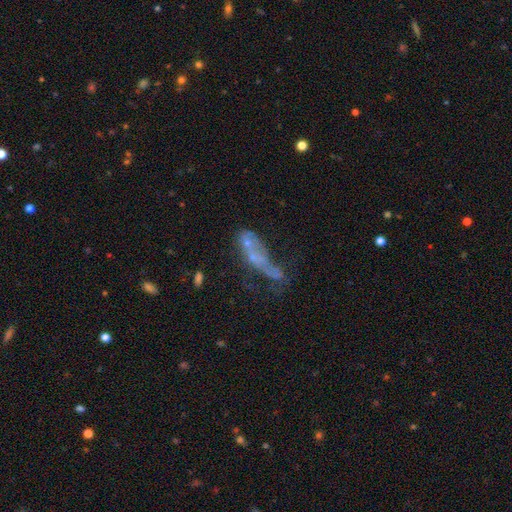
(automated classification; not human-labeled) featured or disk 48%, smooth 35%, star or artifact 17%. Down the decision tree: merging — major disturbance (32%).